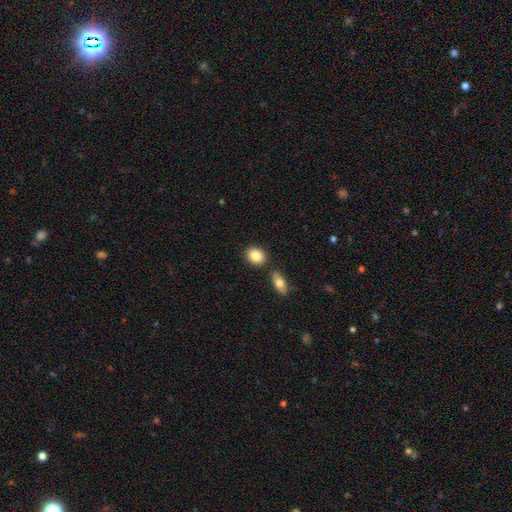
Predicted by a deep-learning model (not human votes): The model was most divided on "how rounded": in between: 57%, round: 41%, cigar-shaped: 2%. More confident: smooth or featured — smooth (86%); merging — none (76%).